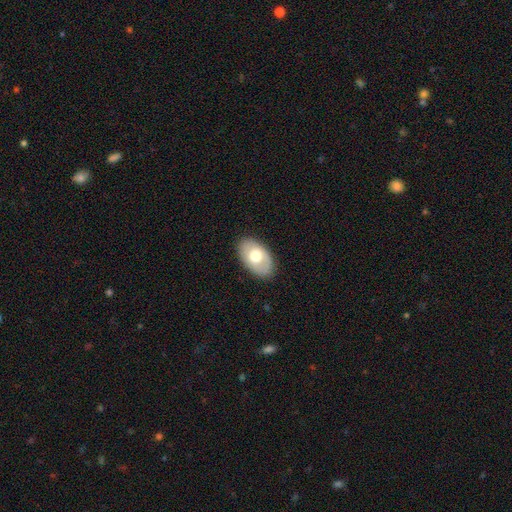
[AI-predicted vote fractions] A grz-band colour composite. It shows a smooth galaxy with no disk features (63%) that is in between round and cigar-shaped (91%). Merging: none (85%).